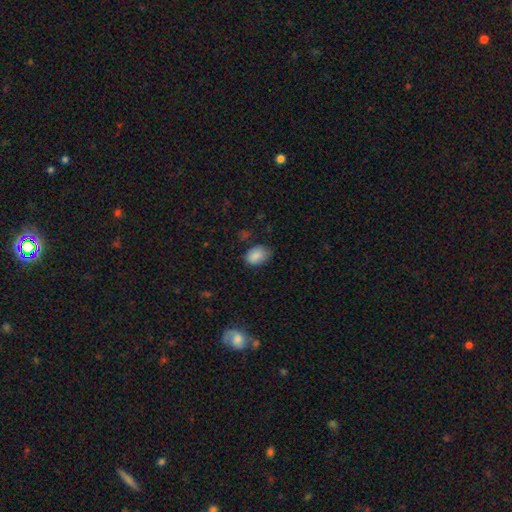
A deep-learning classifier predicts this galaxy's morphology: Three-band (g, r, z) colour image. It shows a smooth galaxy with no disk features (85%) that is in between round and cigar-shaped (78%). Merging: none (69%).